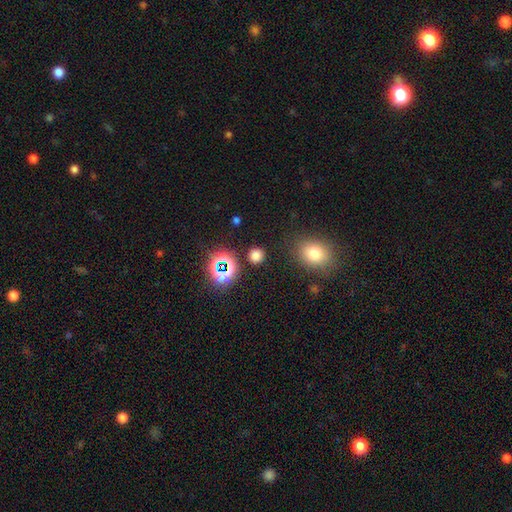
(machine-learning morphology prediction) Smooth or featured? smooth (69%)
How rounded? round (87%)
Merging? none (86%)